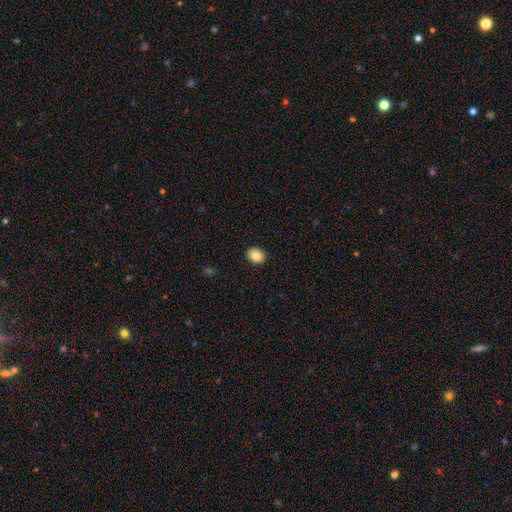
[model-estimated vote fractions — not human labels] Morphology: type=smooth (84%); roundness=in between (50%); merging=none (91%).